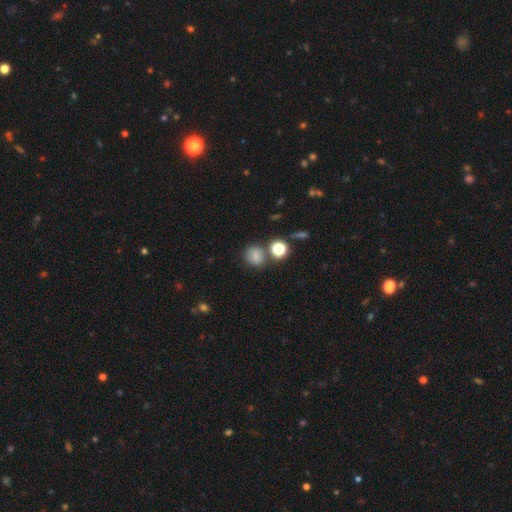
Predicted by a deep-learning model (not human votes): This is likely a smooth galaxy (76%). How rounded: likely round (70%). Merging: likely none (65%).